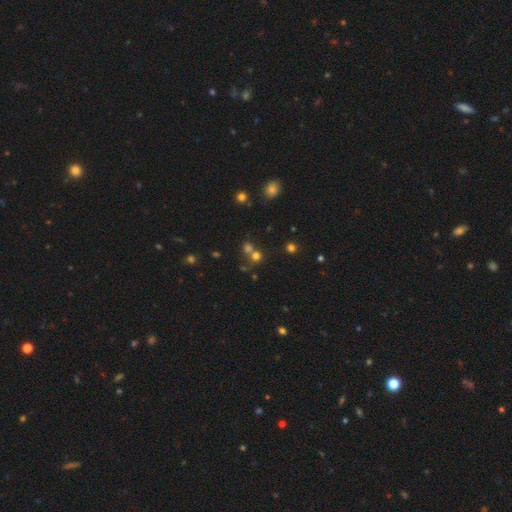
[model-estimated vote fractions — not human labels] Smooth or featured?
  - smooth: 63% *
  - star or artifact: 26%
  - featured or disk: 10%
How rounded?
  - round: 86% *
  - in between: 13%
  - cigar-shaped: 1%
Merging?
  - none: 52% *
  - merger: 38%
  - minor disturbance: 6%
  - major disturbance: 4%